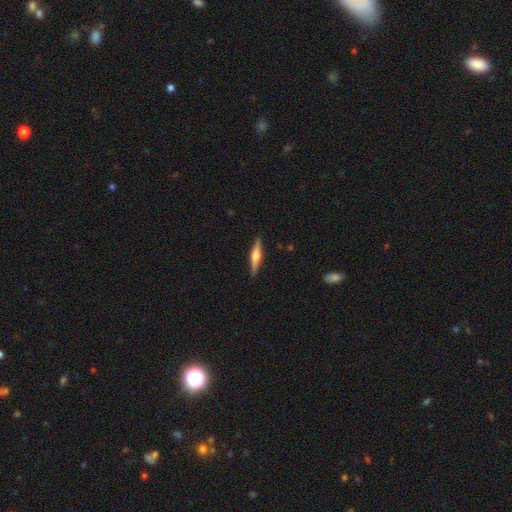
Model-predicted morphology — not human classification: Smooth or featured?
  - featured or disk: 65% *
  - smooth: 29%
  - star or artifact: 6%
Edge-on disk?
  - yes: 97% *
  - no: 3%
Edge-on bulge?
  - rounded: 90% *
  - boxy: 6%
  - none: 3%
Merging?
  - none: 90% *
  - minor disturbance: 7%
  - major disturbance: 2%
  - merger: 1%